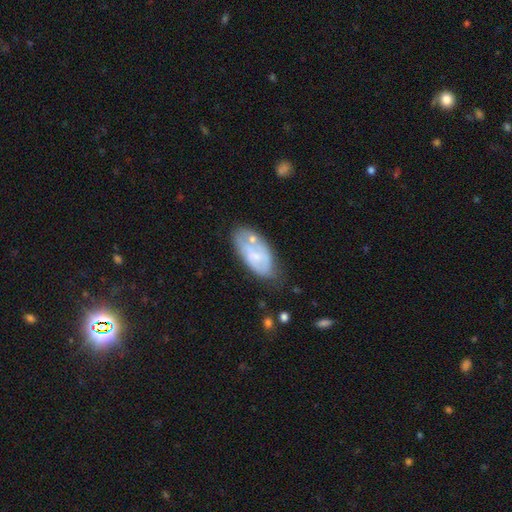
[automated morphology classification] smooth_or_featured: smooth (p=0.48) [alt: featured or disk p=0.45]
merging: none (p=0.49) [alt: minor disturbance p=0.29]